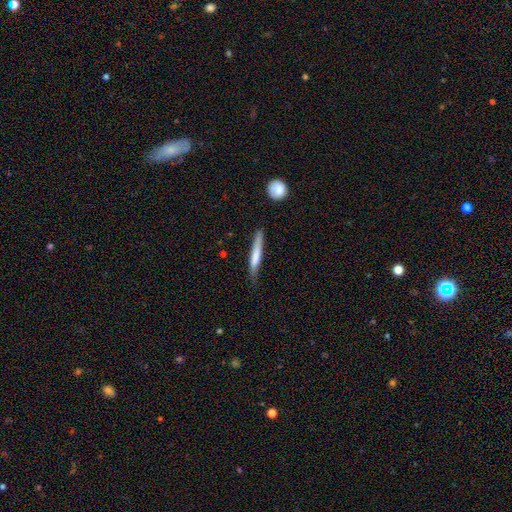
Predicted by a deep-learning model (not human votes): Smooth or featured? Predicted: smooth (p=0.67). How rounded? Predicted: cigar-shaped (p=0.94). Merging? Predicted: none (p=0.71).